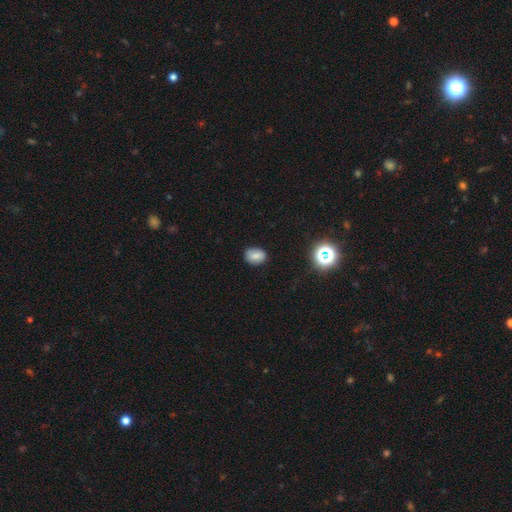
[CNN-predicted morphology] smooth_or_featured: smooth (p=0.73) [alt: featured or disk p=0.14]
how_rounded: in between (p=0.58) [alt: round p=0.41]
merging: none (p=0.78) [alt: minor disturbance p=0.17]